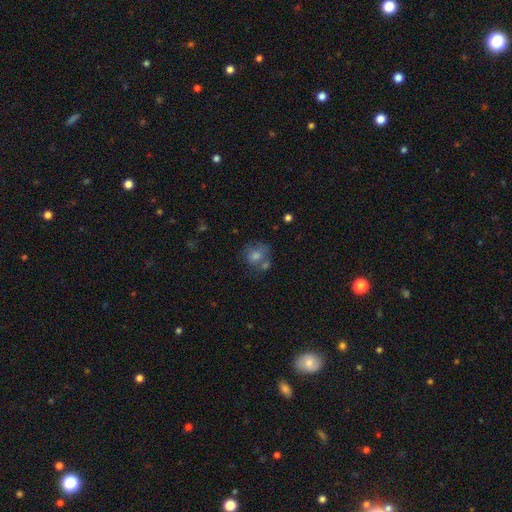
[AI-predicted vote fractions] This is likely a smooth galaxy (63%). How rounded: likely round (74%). Merging: possibly none (50%).